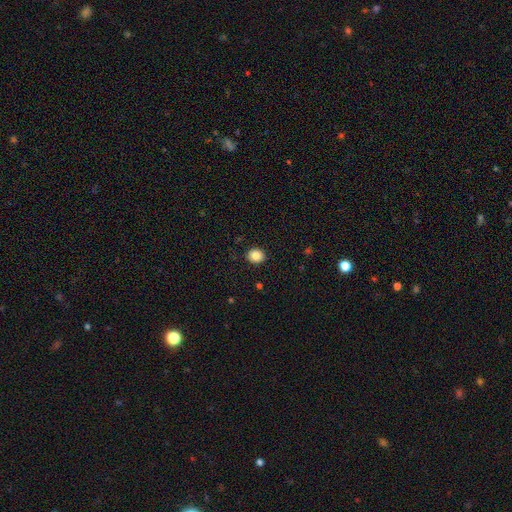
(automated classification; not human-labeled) smooth_or_featured: smooth (p=0.85) [alt: star or artifact p=0.10]
how_rounded: round (p=0.71) [alt: in between p=0.28]
merging: none (p=0.91) [alt: minor disturbance p=0.06]